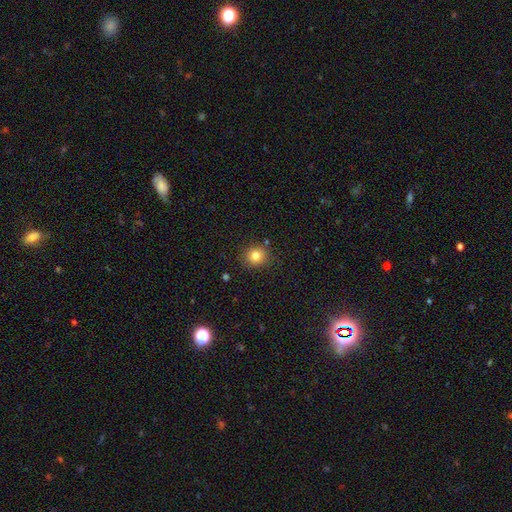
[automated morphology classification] A smooth galaxy with no disk features (82%) that is round (87%). Merging: none (86%).